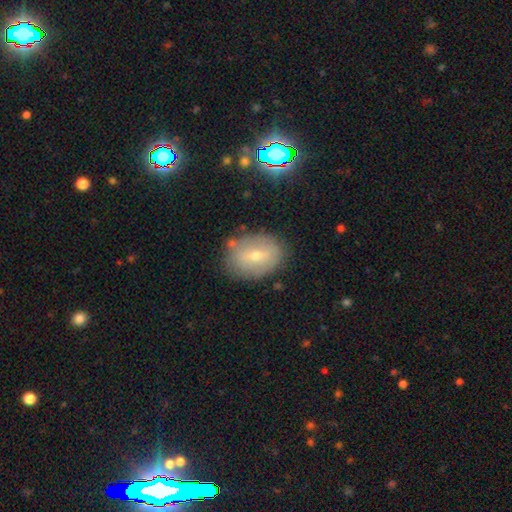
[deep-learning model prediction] The model was most divided on "smooth or featured": smooth: 48%, featured or disk: 41%, star or artifact: 11%. More confident: merging — none (77%).